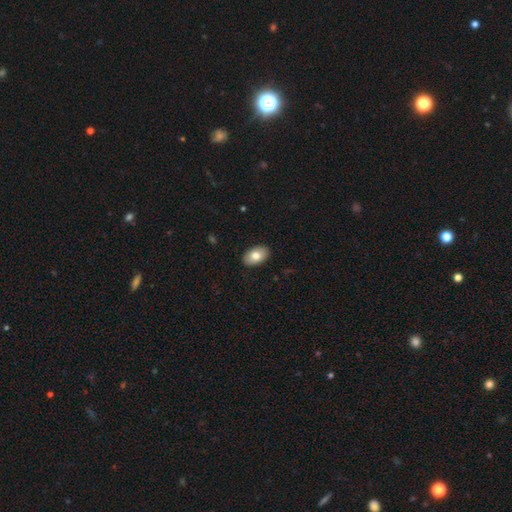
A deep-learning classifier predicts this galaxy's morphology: Overall: smooth (78%). How rounded: in between (93%). Merging: none (90%).